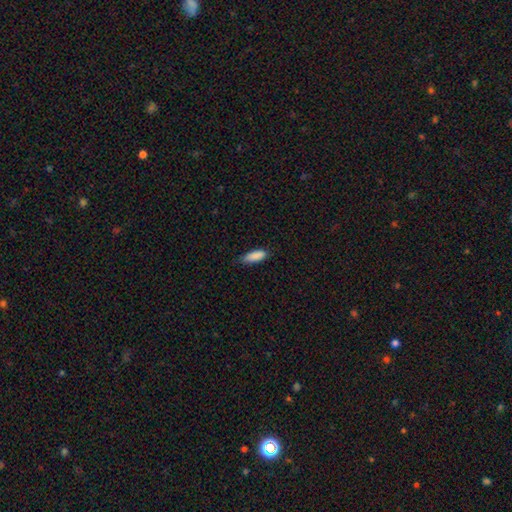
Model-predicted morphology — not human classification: A smooth galaxy with no disk features (88%) that is in between round and cigar-shaped (60%). Merging: none (68%).